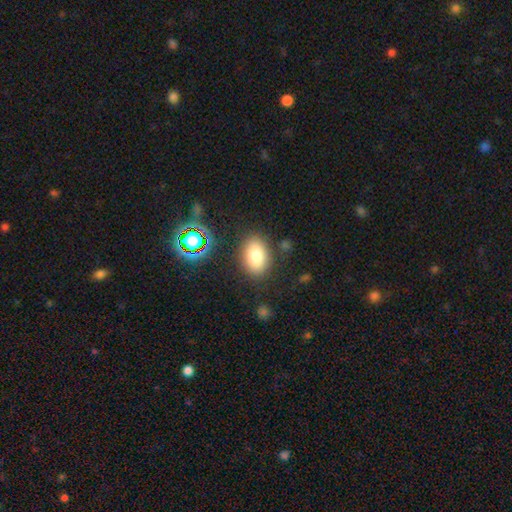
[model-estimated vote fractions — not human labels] smooth_or_featured: smooth (p=0.81) [alt: star or artifact p=0.10]
how_rounded: in between (p=0.85) [alt: round p=0.13]
merging: none (p=0.82) [alt: minor disturbance p=0.11]